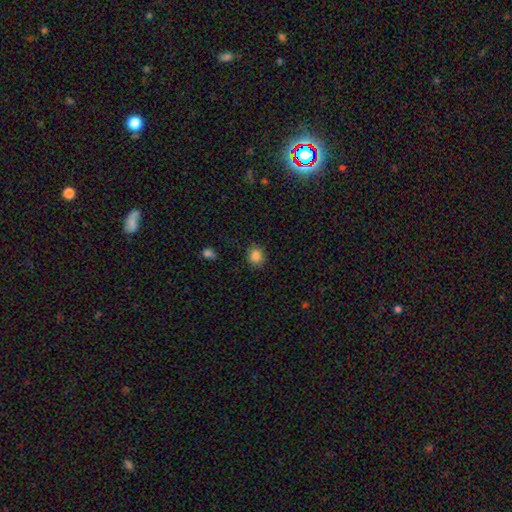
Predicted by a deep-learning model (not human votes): Smooth or featured: smooth — 86% (star or artifact — 10%)
How rounded: round — 71% (in between — 28%)
Merging: none — 85% (minor disturbance — 11%)